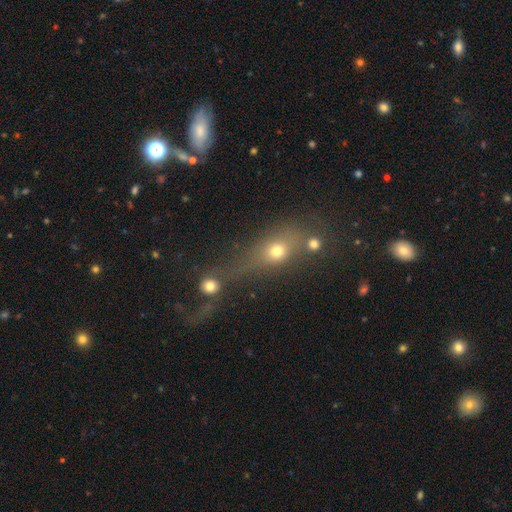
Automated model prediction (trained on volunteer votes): Smooth or featured?
  - smooth: 46% *
  - star or artifact: 33%
  - featured or disk: 21%
Merging?
  - none: 43% *
  - merger: 31%
  - minor disturbance: 15%
  - major disturbance: 12%